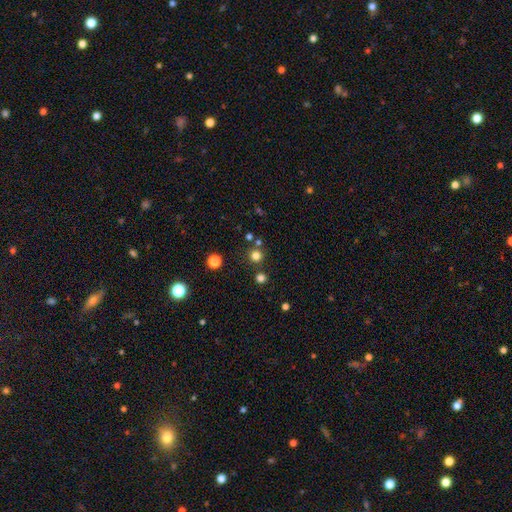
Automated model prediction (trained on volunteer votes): smooth 77%, star or artifact 17%, featured or disk 5%. Down the decision tree: how rounded — round (94%); merging — none (81%).